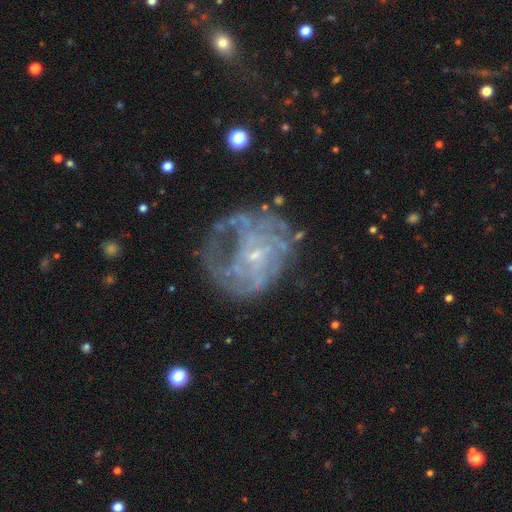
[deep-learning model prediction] smooth-or-featured: featured or disk: 80% | smooth: 11% | star or artifact: 10%
  disk-edge-on: no: 98% | yes: 2%
    bar: no: 61% | weak: 32% | strong: 7%
    has-spiral-arms: yes: 80% | no: 20%
      spiral-winding: tight: 50% | medium: 34% | loose: 16%
      spiral-arm-count: can't tell: 47% | 2: 14% | 3: 14% | 4: 11% | more than 4: 7% | 1: 7%
    bulge-size: small: 77% | moderate: 11% | none: 10% | large: 1% | dominant: 1%
  merging: none: 50% | major disturbance: 26% | minor disturbance: 21% | merger: 3%